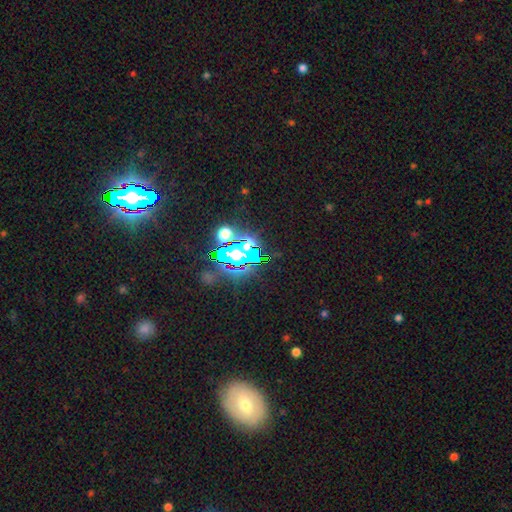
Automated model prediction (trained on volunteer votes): smooth_or_featured: star or artifact (p=0.77) [alt: smooth p=0.12]